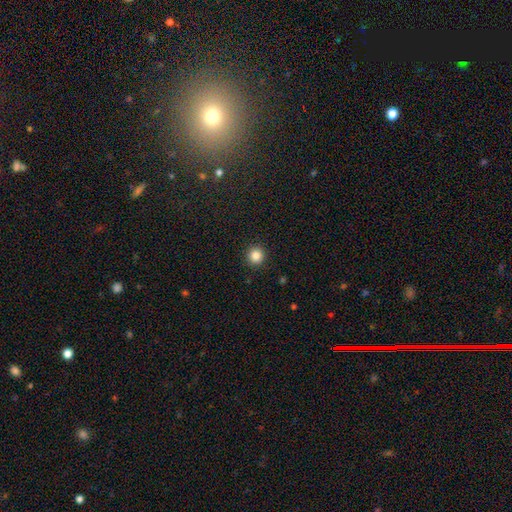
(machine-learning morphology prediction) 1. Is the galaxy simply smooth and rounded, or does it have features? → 85% smooth, 11% star or artifact, 4% featured or disk.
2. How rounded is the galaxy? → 94% round, 5% in between, 1% cigar-shaped.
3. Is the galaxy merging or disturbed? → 92% none, 5% minor disturbance, 2% major disturbance, 1% merger.